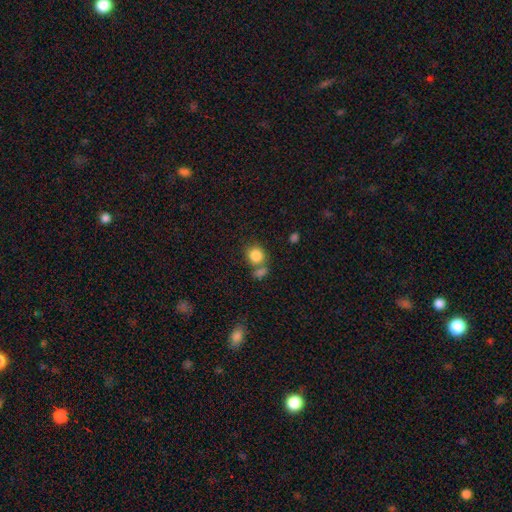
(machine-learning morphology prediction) Smooth or featured? smooth (85%)
How rounded? round (80%)
Merging? none (57%)